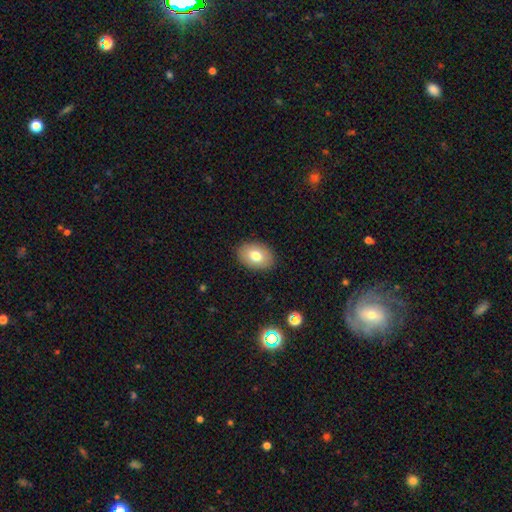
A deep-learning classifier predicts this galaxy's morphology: A smooth galaxy with no disk features (77%) that is in between round and cigar-shaped (82%). Merging: none (89%).